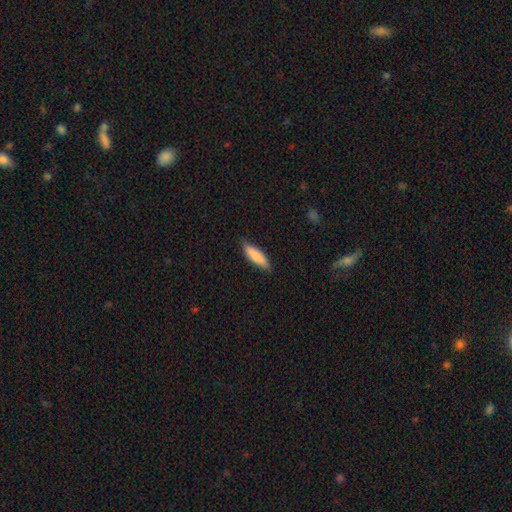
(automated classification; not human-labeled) smooth 86%, featured or disk 8%, star or artifact 6%. Down the decision tree: how rounded — cigar-shaped (54%); merging — none (81%).